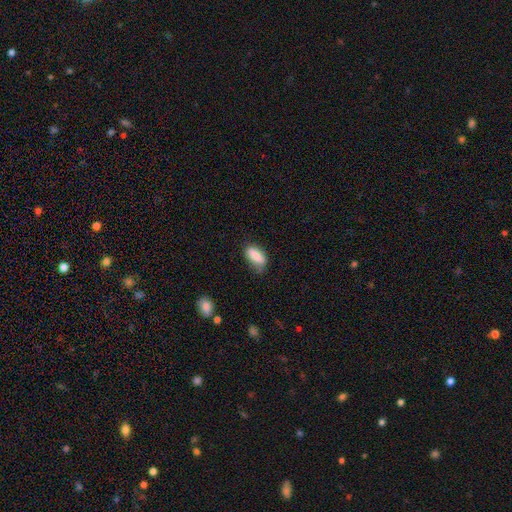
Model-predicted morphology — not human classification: smooth_or_featured: smooth (p=0.79) [alt: featured or disk p=0.14]
how_rounded: in between (p=0.84) [alt: cigar-shaped p=0.12]
merging: none (p=0.61) [alt: minor disturbance p=0.30]